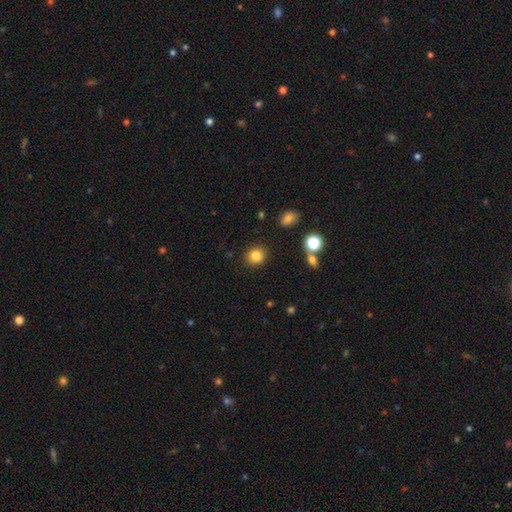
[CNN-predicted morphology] Overall: smooth (84%). How rounded: round (77%). Merging: none (87%).